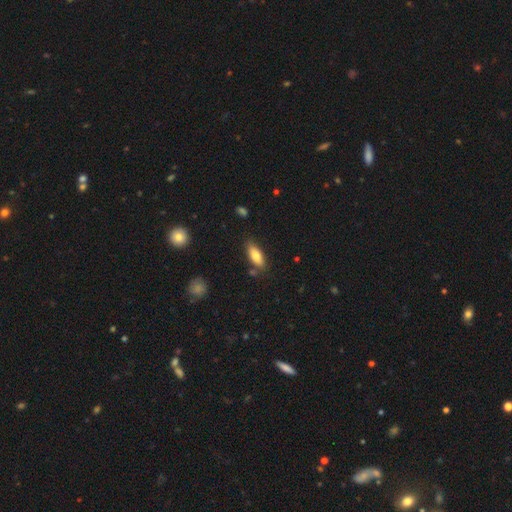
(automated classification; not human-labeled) This appears to be a smooth galaxy with no disk features (79%) that is in between round and cigar-shaped (78%). Merging: none (78%).